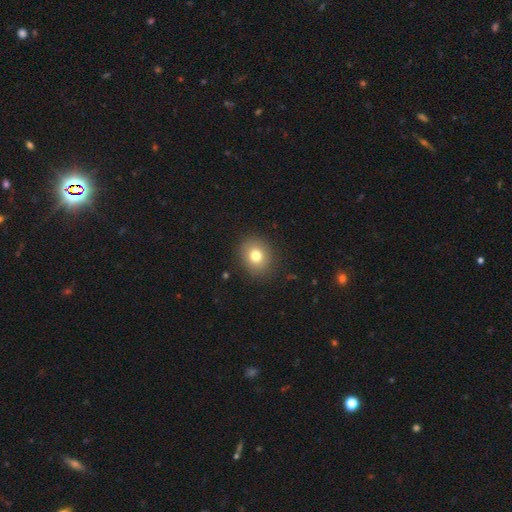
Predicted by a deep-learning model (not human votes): This appears to be a smooth galaxy with no disk features (77%) that is round (68%). Merging: none (88%).